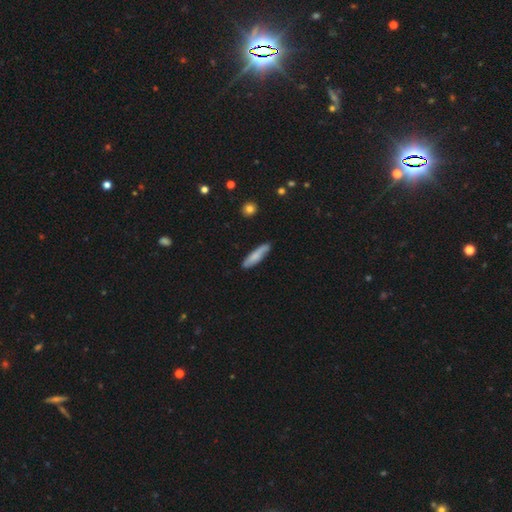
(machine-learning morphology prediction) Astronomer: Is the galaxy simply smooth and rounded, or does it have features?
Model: smooth — 72%.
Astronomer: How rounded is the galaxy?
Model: cigar-shaped — 81%.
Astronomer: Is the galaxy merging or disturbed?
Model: none — 82%.